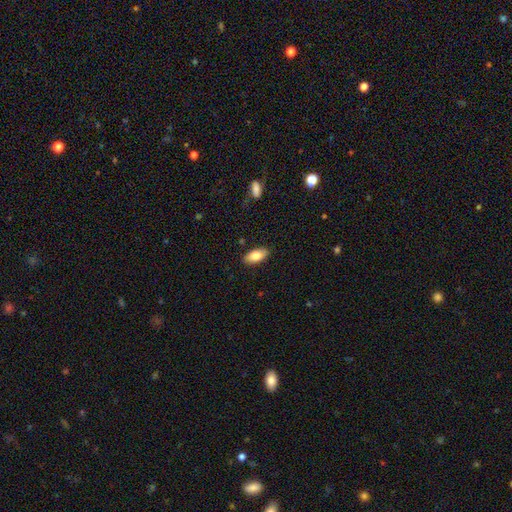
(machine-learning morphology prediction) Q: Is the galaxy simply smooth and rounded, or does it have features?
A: smooth — 81%.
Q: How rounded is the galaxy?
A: in between — 89%.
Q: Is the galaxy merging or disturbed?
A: none — 88%.